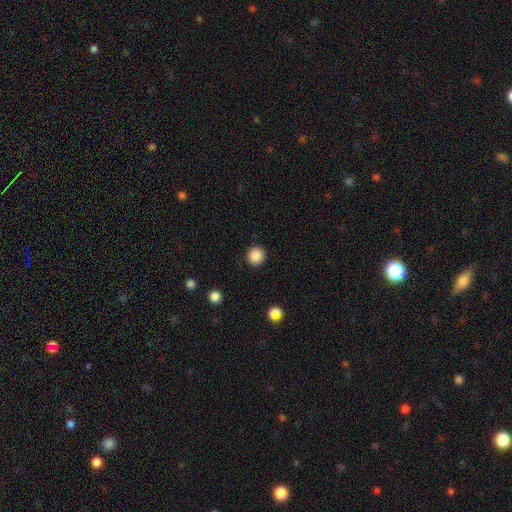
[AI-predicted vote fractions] Smooth or featured?
  - smooth: 88% *
  - star or artifact: 9%
  - featured or disk: 3%
How rounded?
  - round: 94% *
  - in between: 5%
  - cigar-shaped: 1%
Merging?
  - none: 92% *
  - minor disturbance: 5%
  - major disturbance: 2%
  - merger: 1%